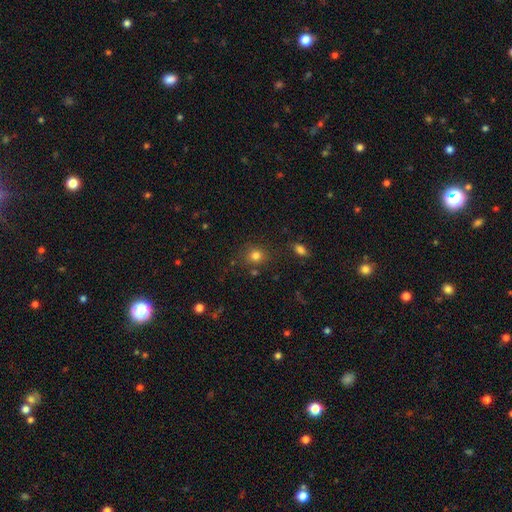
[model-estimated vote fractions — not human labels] smooth 79%, star or artifact 14%, featured or disk 7%. Down the decision tree: how rounded — round (75%); merging — none (77%).